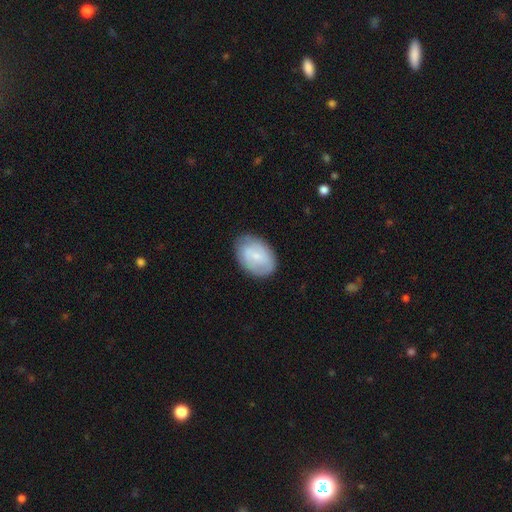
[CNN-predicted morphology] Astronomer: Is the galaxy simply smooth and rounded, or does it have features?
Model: smooth — 55% (runner-up: featured or disk, 39%).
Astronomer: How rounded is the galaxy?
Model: in between — 83%.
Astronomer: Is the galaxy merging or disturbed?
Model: none — 78%.